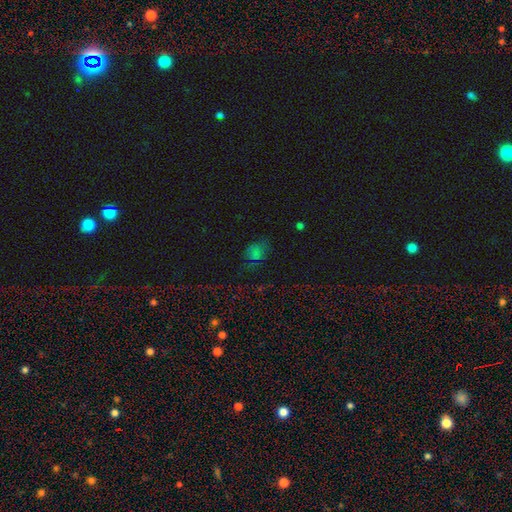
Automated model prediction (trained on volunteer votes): A smooth galaxy with no disk features (56%) that is in between round and cigar-shaped (55%).

Vote fractions:
- Smooth or featured? smooth: 56% / star or artifact: 33% / featured or disk: 11%
- How rounded? in between: 55% / round: 43% / cigar-shaped: 2%
- Merging? none: 60% / minor disturbance: 23% / major disturbance: 15% / merger: 2%